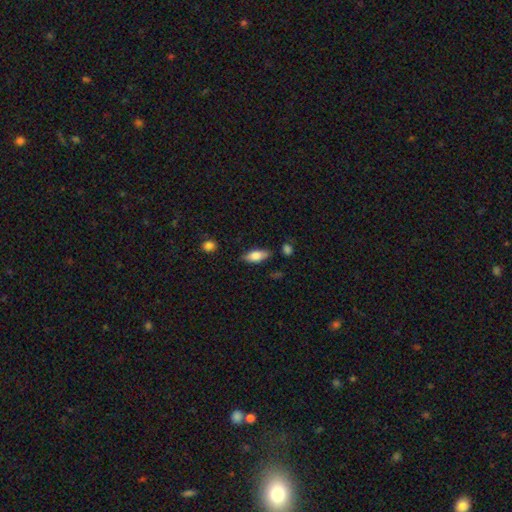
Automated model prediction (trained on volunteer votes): Overall: smooth (69%). How rounded: in between (77%). Merging: none (79%).